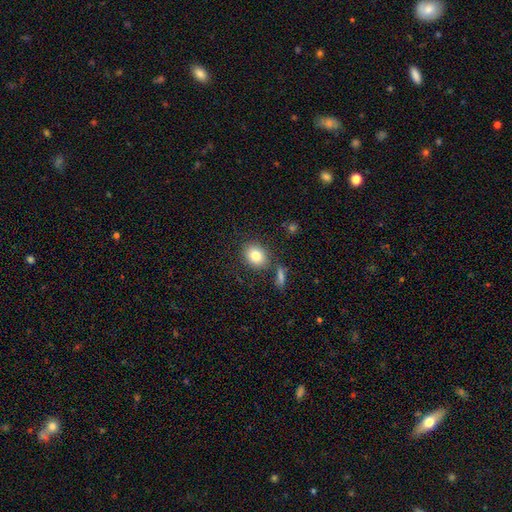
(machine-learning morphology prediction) smooth 82%, featured or disk 9%, star or artifact 9%. Down the decision tree: how rounded — in between (51%); merging — none (78%).